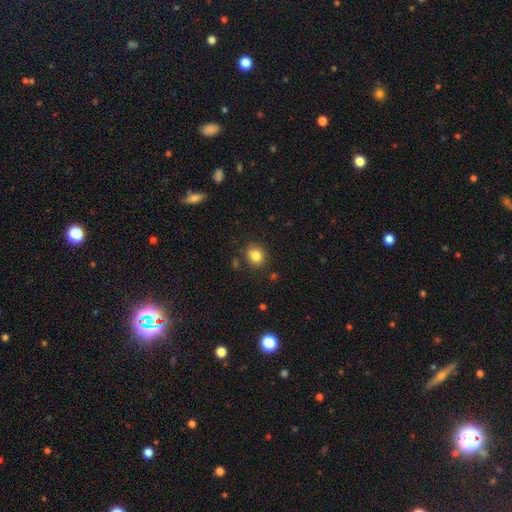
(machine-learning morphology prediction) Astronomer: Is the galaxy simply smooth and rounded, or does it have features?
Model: smooth — 83%.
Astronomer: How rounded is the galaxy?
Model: round — 77%.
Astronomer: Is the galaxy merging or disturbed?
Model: none — 84%.